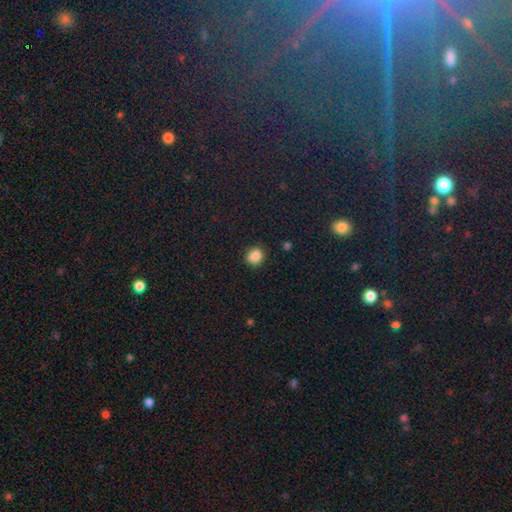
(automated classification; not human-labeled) This appears to be a smooth galaxy with no disk features (85%) that is round (66%). Merging: none (81%).